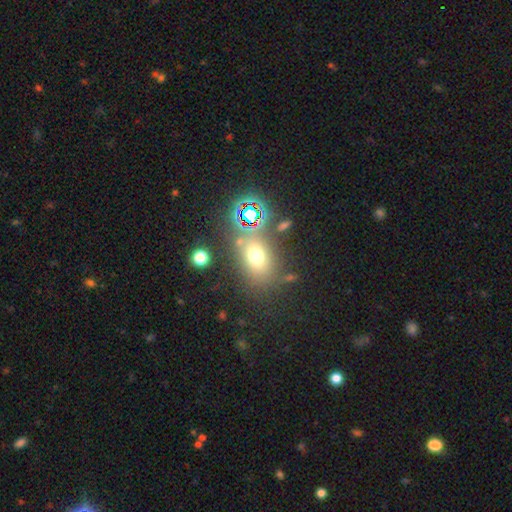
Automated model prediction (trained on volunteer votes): Overall: smooth (63%; star or artifact 23%). How rounded: in between (62%; round 36%). Merging: none (70%).